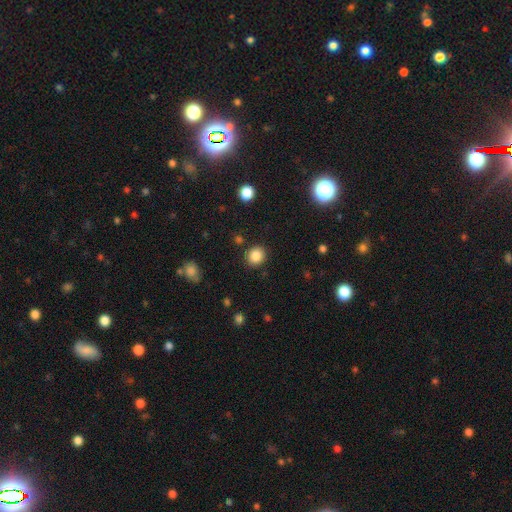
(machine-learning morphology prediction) This is clearly a smooth galaxy (85%). How rounded: clearly round (83%). Merging: clearly none (89%).